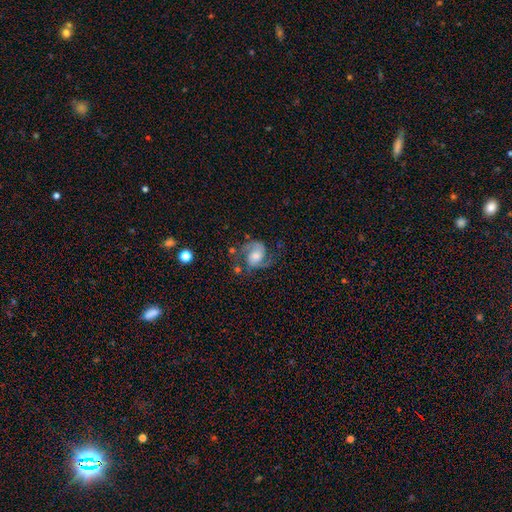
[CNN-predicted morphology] smooth_or_featured: featured or disk (p=0.82) [alt: smooth p=0.11]
disk_edge_on: no (p=0.98) [alt: yes p=0.02]
bar: no (p=0.63) [alt: weak p=0.29]
has_spiral_arms: yes (p=0.96) [alt: no p=0.04]
spiral_winding: medium (p=0.54) [alt: loose p=0.24]
spiral_arm_count: 2 (p=0.90) [alt: can't tell p=0.03]
bulge_size: moderate (p=0.45) [alt: small p=0.38]
merging: none (p=0.62) [alt: minor disturbance p=0.20]